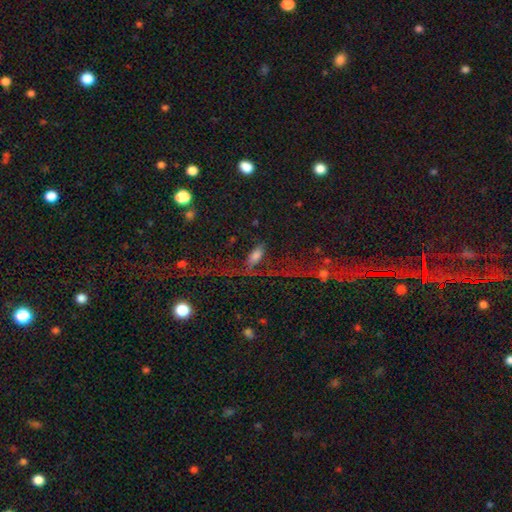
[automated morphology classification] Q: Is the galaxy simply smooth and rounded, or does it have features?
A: smooth — 58%.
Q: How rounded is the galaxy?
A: in between — 77%.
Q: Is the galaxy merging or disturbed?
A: none — 47%.